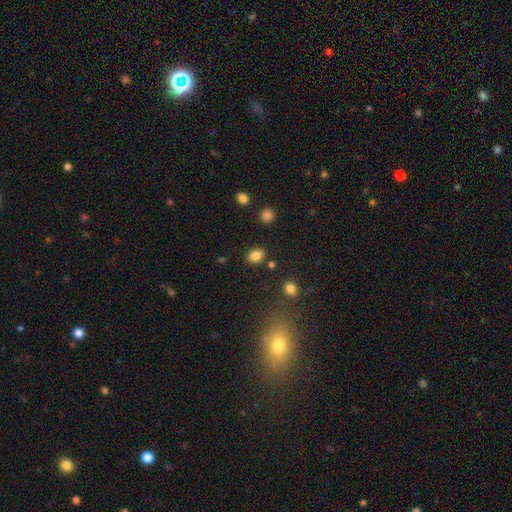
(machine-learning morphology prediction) This appears to be a smooth galaxy with no disk features (85%) that is in between round and cigar-shaped (66%). Merging: none (81%).